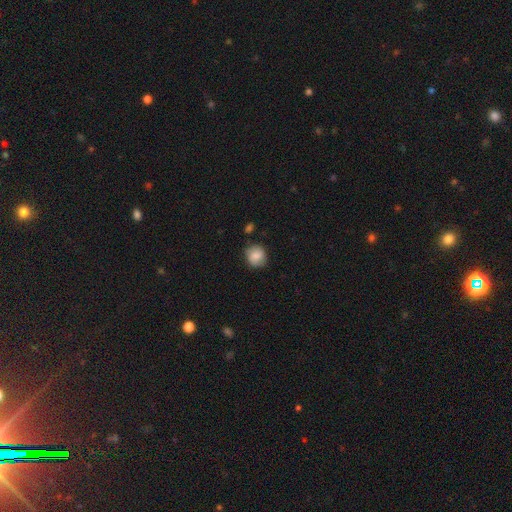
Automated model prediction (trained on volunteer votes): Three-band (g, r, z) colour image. It shows a smooth galaxy with no disk features (85%) that is round (81%). Merging: none (78%).